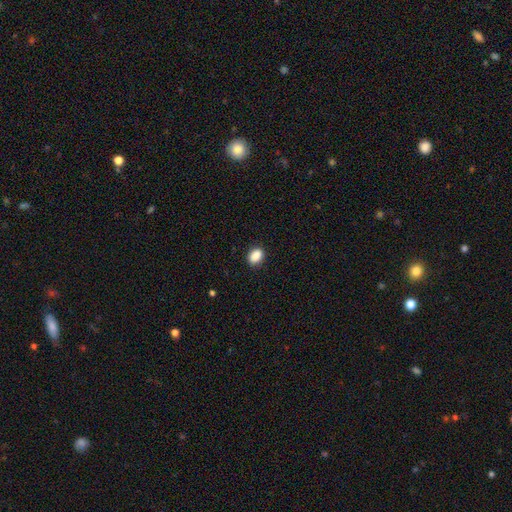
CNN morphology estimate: Smooth or featured?
  - smooth: 88% *
  - star or artifact: 8%
  - featured or disk: 3%
How rounded?
  - in between: 74% *
  - round: 25%
  - cigar-shaped: 1%
Merging?
  - none: 88% *
  - minor disturbance: 9%
  - major disturbance: 2%
  - merger: 1%